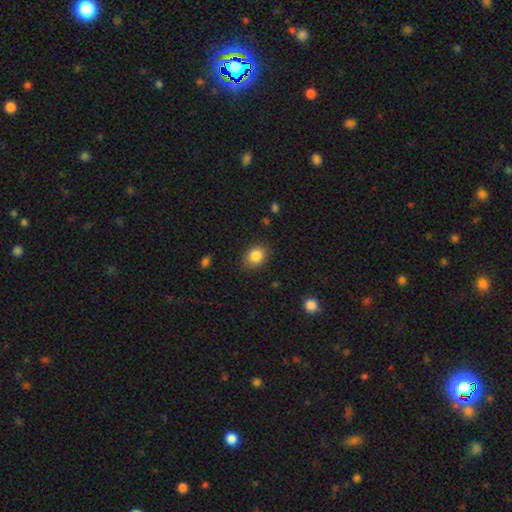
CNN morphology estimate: Smooth or featured? Predicted: smooth (p=0.86). How rounded? Predicted: in between (p=0.58). Merging? Predicted: none (p=0.82).